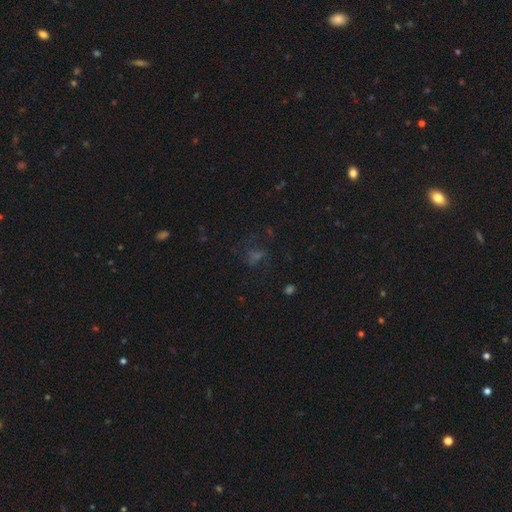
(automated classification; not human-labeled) Q: Smooth or featured?
A: star or artifact (46%); runner-up: smooth (32%)